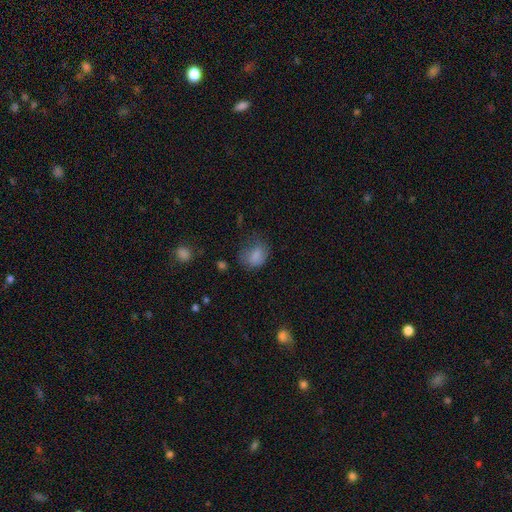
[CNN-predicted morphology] This is likely a smooth galaxy (80%). How rounded: likely in between (65%). Merging: possibly none (52%).